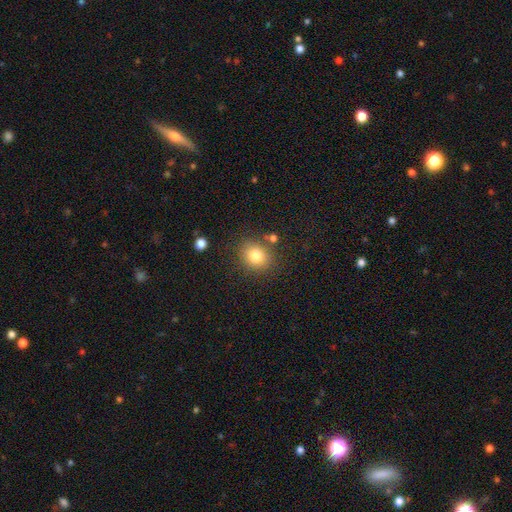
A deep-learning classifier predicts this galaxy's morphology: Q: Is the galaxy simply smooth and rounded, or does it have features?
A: smooth — 80%.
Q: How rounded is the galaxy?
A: round — 71%.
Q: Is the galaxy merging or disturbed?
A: none — 81%.